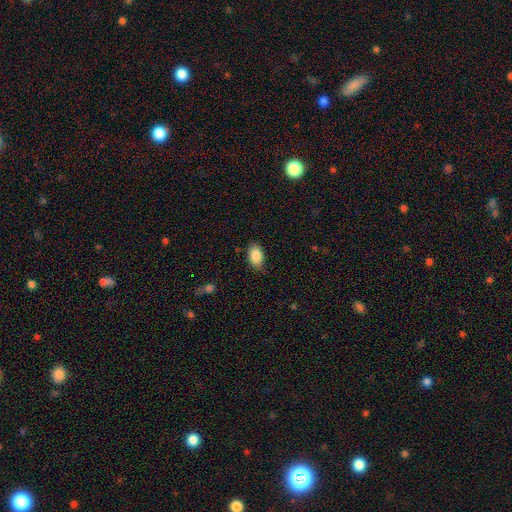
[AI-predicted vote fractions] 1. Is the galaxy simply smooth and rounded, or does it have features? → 87% smooth, 7% star or artifact, 6% featured or disk.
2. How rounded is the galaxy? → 90% in between, 8% round, 2% cigar-shaped.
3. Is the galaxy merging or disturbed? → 81% none, 15% minor disturbance, 3% major disturbance, 1% merger.